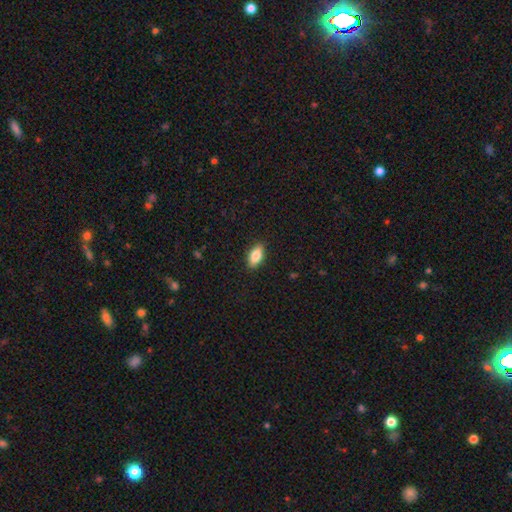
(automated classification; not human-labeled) smooth-or-featured: smooth: 83% | featured or disk: 10% | star or artifact: 7%
  how-rounded: in between: 88% | cigar-shaped: 9% | round: 3%
  merging: none: 89% | minor disturbance: 8% | major disturbance: 2% | merger: 1%